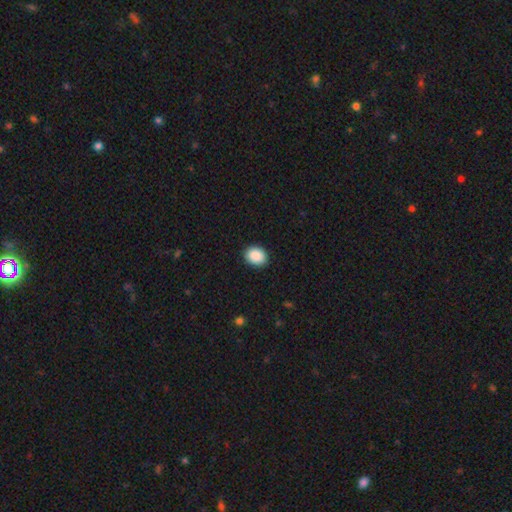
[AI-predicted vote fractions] Smooth or featured? smooth (90%)
How rounded? in between (55%)
Merging? none (90%)